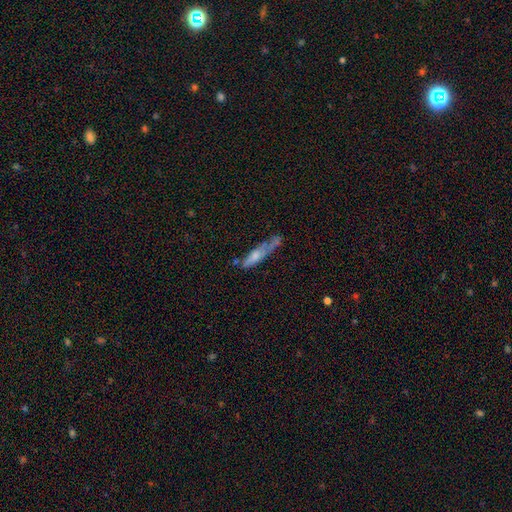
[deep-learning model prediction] Overall: smooth (58%; featured or disk 35%). How rounded: cigar-shaped (76%). Merging: none (36%; minor disturbance 30%).